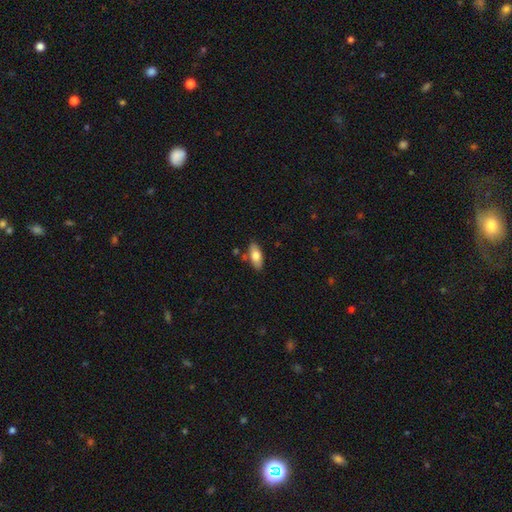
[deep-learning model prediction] Overall: smooth (75%). How rounded: in between (85%). Merging: none (80%).